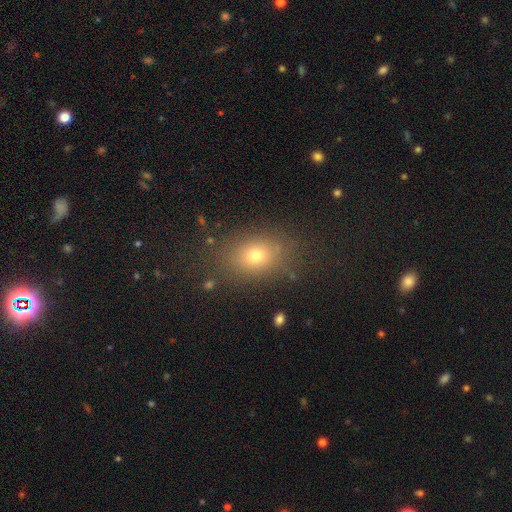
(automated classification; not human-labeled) Morphology: type=smooth (72%); roundness=in between (66%); merging=none (80%).